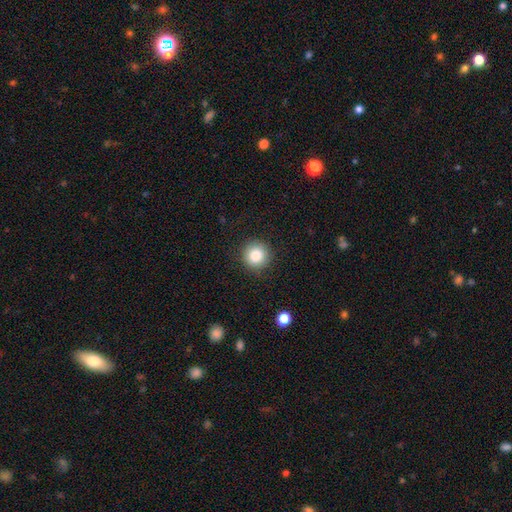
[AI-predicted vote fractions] smooth-or-featured: smooth: 85% | star or artifact: 9% | featured or disk: 6%
  how-rounded: round: 95% | in between: 4% | cigar-shaped: 1%
  merging: none: 89% | minor disturbance: 7% | major disturbance: 2% | merger: 1%